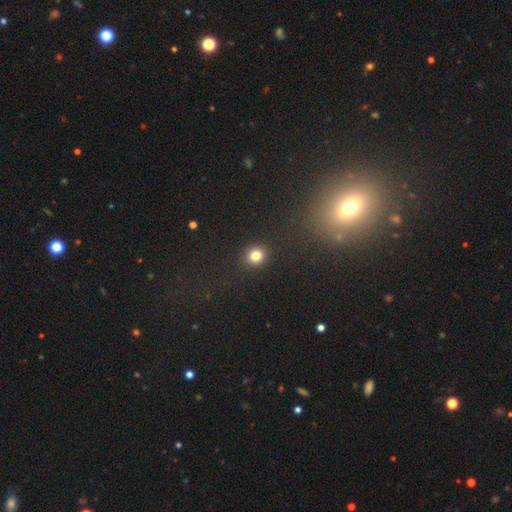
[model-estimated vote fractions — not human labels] smooth-or-featured: smooth: 82% | star or artifact: 13% | featured or disk: 5%
  how-rounded: round: 82% | in between: 17% | cigar-shaped: 1%
  merging: none: 91% | minor disturbance: 6% | major disturbance: 2% | merger: 1%